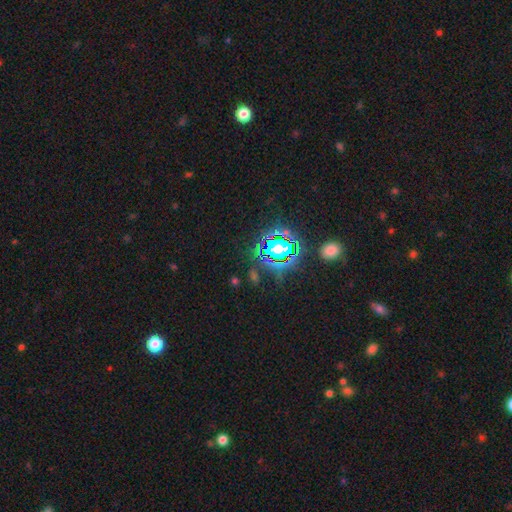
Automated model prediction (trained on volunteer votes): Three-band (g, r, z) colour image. It shows a star or artifact, not a galaxy (82%).